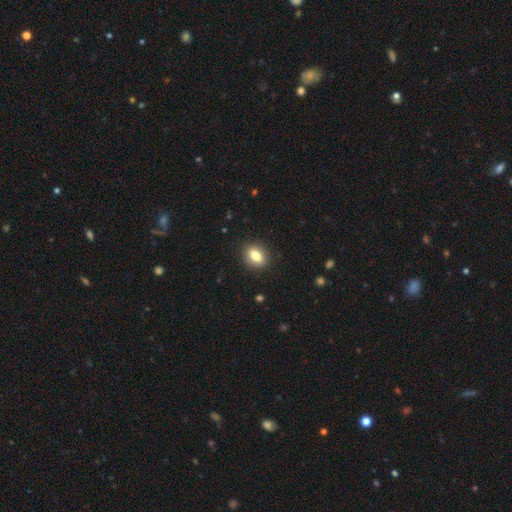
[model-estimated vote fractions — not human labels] This appears to be a smooth galaxy with no disk features (80%) that is in between round and cigar-shaped (72%). Merging: none (88%).